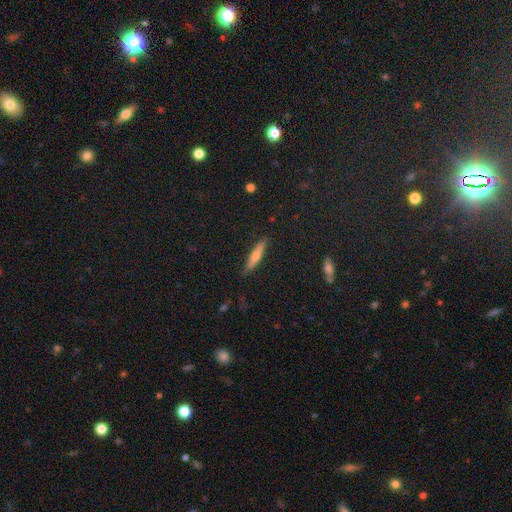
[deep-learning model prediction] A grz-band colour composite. It shows a featured or disk galaxy (48%). Merging: none (86%).